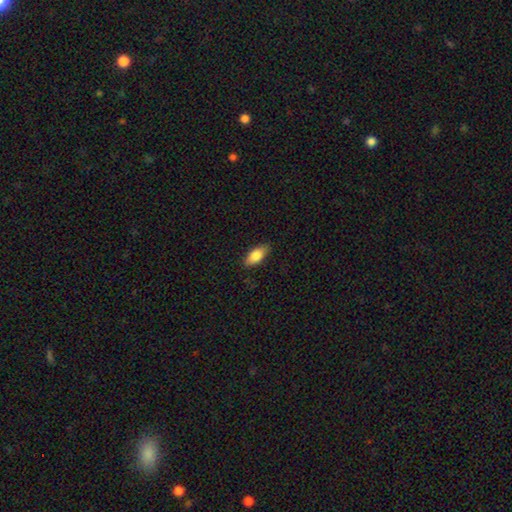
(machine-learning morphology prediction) A smooth galaxy with no disk features (83%) that is in between round and cigar-shaped (87%).

Vote fractions:
- Smooth or featured? smooth: 83% / featured or disk: 11% / star or artifact: 6%
- How rounded? in between: 87% / cigar-shaped: 10% / round: 3%
- Merging? none: 85% / minor disturbance: 12% / major disturbance: 2% / merger: 1%